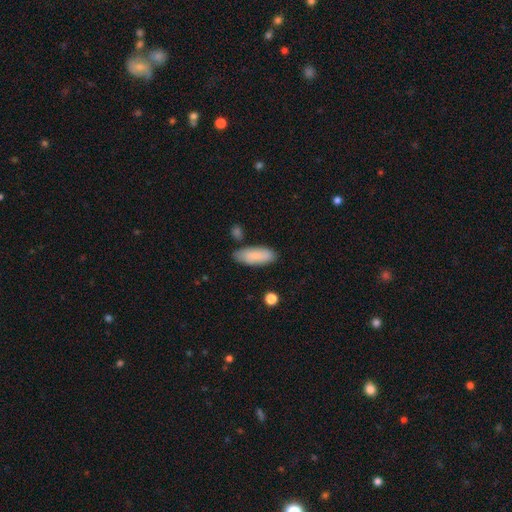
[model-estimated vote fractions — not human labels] smooth 83%, featured or disk 11%, star or artifact 6%. Down the decision tree: how rounded — in between (74%); merging — none (76%).